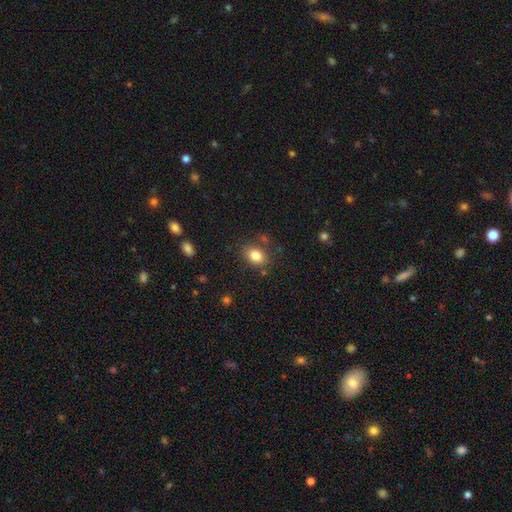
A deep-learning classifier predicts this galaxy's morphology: Smooth or featured: smooth — 82% (star or artifact — 10%)
How rounded: in between — 69% (round — 30%)
Merging: none — 80% (minor disturbance — 12%)